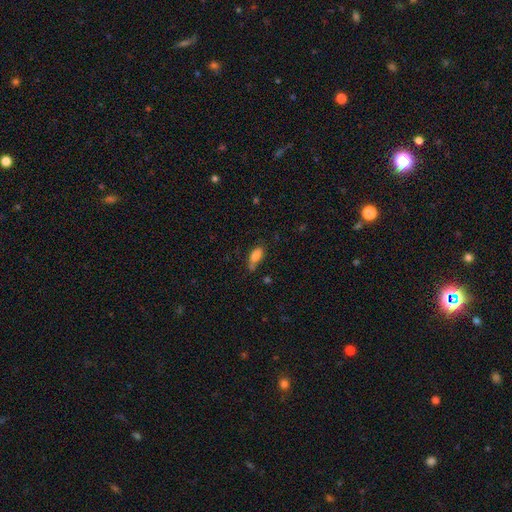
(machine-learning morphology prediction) This appears to be a smooth galaxy with no disk features (82%) that is in between round and cigar-shaped (84%). Merging: none (53%).